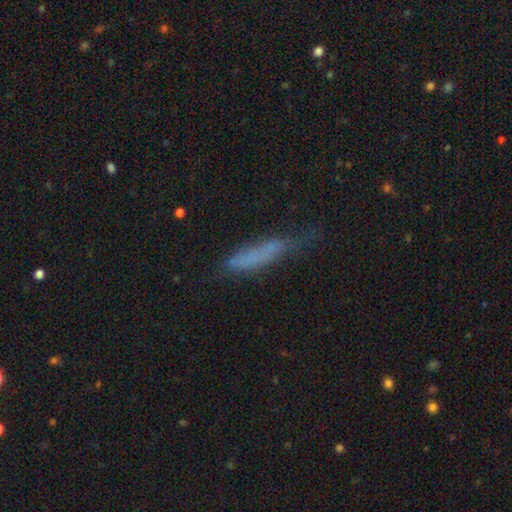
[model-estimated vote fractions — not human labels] Morphology: type=smooth (61%); roundness=cigar-shaped (87%); merging=none (57%).